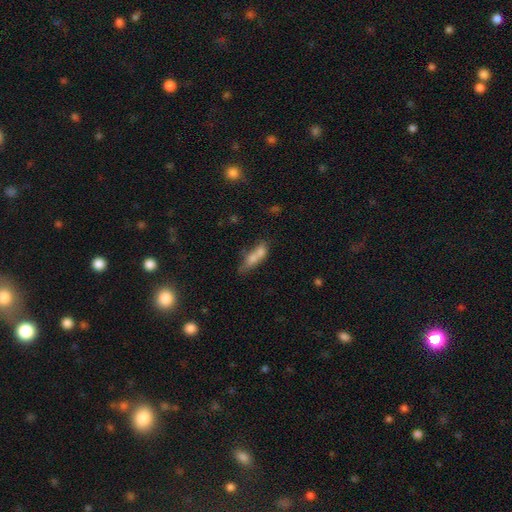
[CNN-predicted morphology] Smooth or featured? smooth (66%)
How rounded? in between (58%)
Merging? merger (44%)